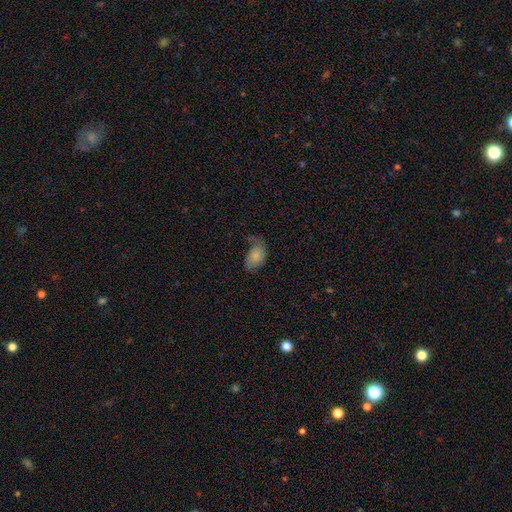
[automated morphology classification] A smooth galaxy with no disk features (73%) that is in between round and cigar-shaped (88%).

Vote fractions:
- Smooth or featured? smooth: 73% / featured or disk: 18% / star or artifact: 8%
- How rounded? in between: 88% / round: 10% / cigar-shaped: 1%
- Merging? none: 37% / minor disturbance: 35% / major disturbance: 25% / merger: 3%